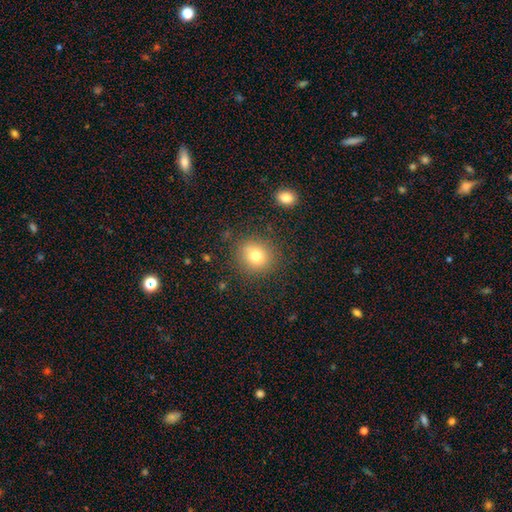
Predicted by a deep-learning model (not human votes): smooth-or-featured: smooth: 78% | star or artifact: 12% | featured or disk: 10%
  how-rounded: round: 82% | in between: 17% | cigar-shaped: 1%
  merging: none: 85% | minor disturbance: 9% | major disturbance: 3% | merger: 2%